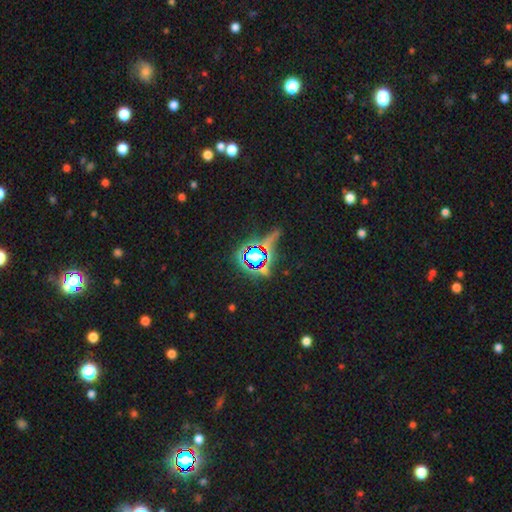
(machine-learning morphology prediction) Q: Smooth or featured?
A: star or artifact (69%); runner-up: smooth (19%)